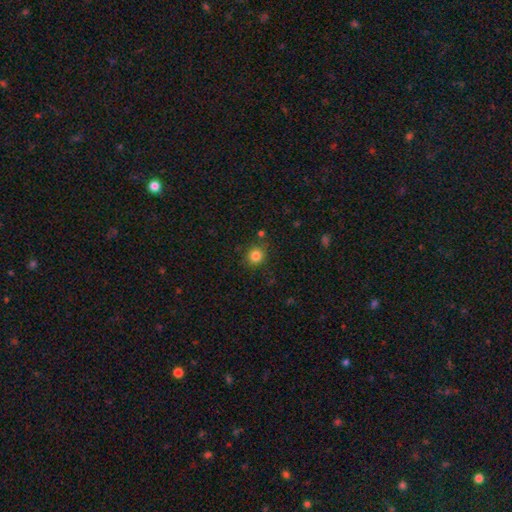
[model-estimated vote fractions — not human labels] Q: Smooth or featured?
A: smooth (83%); runner-up: star or artifact (12%)
Q: How rounded?
A: round (85%); runner-up: in between (14%)
Q: Merging?
A: none (82%); runner-up: minor disturbance (11%)